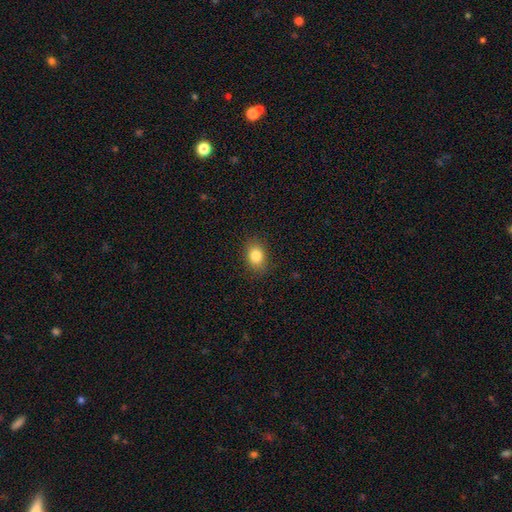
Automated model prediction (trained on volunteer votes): The model was most divided on "how rounded": in between: 69%, round: 30%, cigar-shaped: 1%. More confident: merging — none (86%); smooth or featured — smooth (84%).